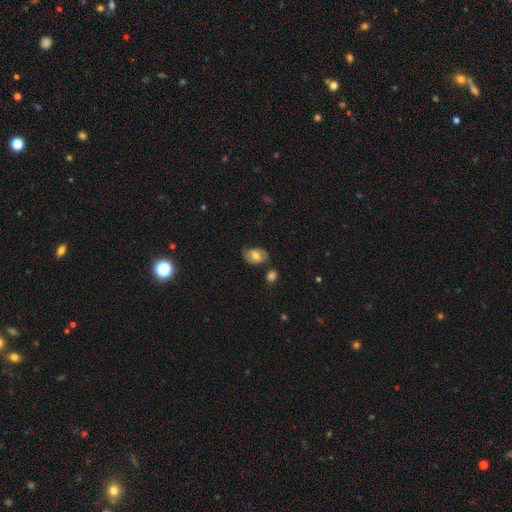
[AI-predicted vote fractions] A smooth galaxy with no disk features (62%) that is in between round and cigar-shaped (83%).

Vote fractions:
- Smooth or featured? smooth: 62% / featured or disk: 31% / star or artifact: 8%
- How rounded? in between: 83% / round: 16% / cigar-shaped: 1%
- Merging? none: 69% / minor disturbance: 20% / merger: 6% / major disturbance: 5%